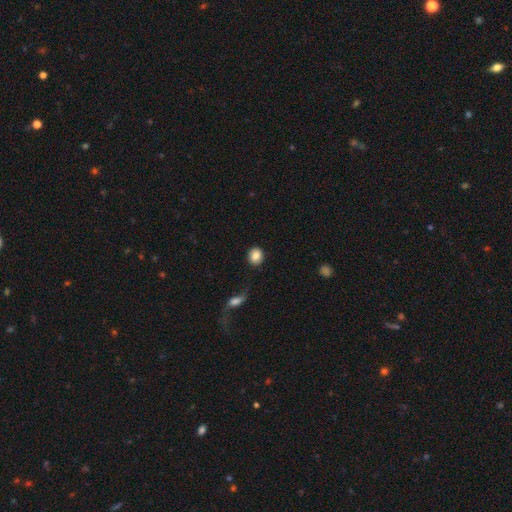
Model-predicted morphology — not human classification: type=smooth (85%); roundness=round (81%); merging=none (86%).